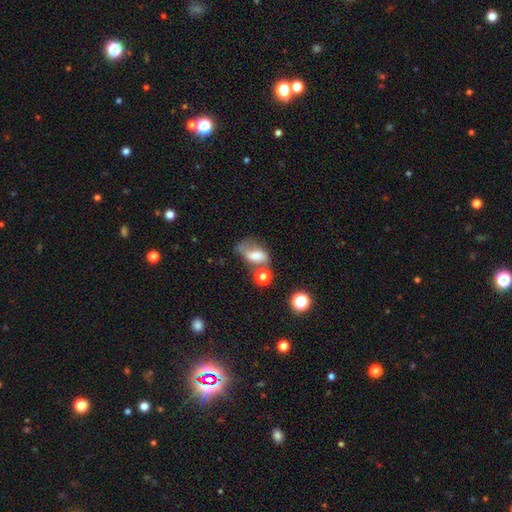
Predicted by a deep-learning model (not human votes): This appears to be a smooth galaxy with no disk features (55%) that is in between round and cigar-shaped (79%). Merging: none (31%).